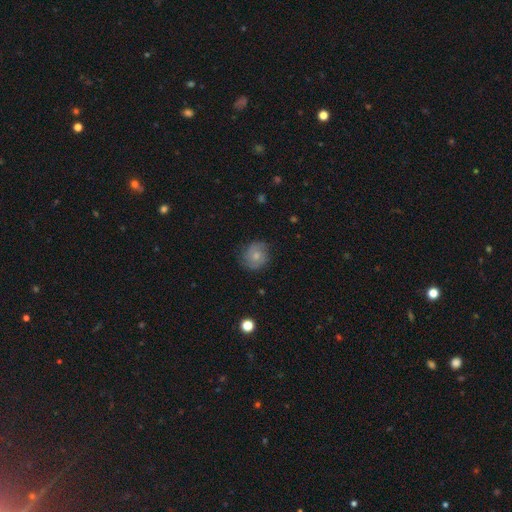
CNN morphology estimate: The model was most divided on "smooth or featured": smooth: 57%, featured or disk: 34%, star or artifact: 9%. More confident: how rounded — round (84%); merging — none (76%).